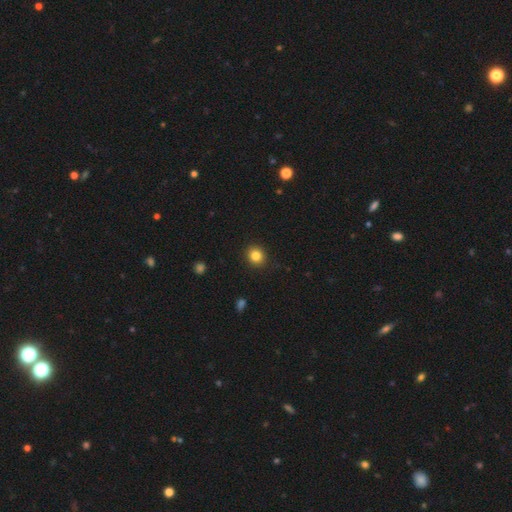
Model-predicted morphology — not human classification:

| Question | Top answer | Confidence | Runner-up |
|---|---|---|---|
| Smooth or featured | smooth | 84% | star or artifact (11%) |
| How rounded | round | 83% | in between (16%) |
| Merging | none | 91% | minor disturbance (6%) |